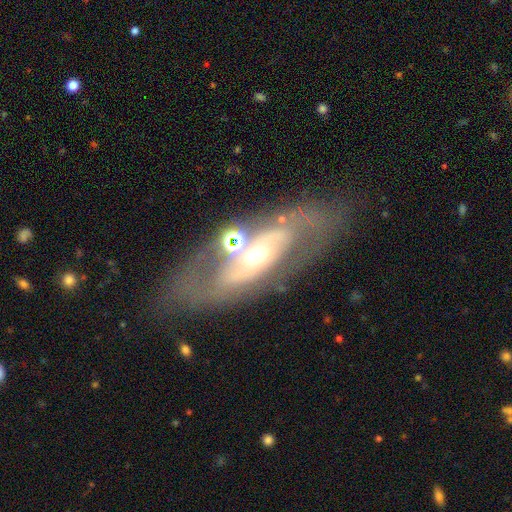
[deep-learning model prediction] This appears to be a featured or disk galaxy (70%) with no bar (63%), no spiral arms (50%, tied with yes) and a moderate central bulge (65%). Merging: none (65%).